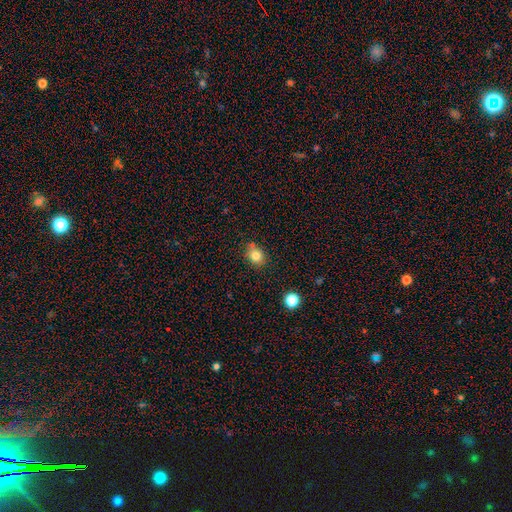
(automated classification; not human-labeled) Smooth or featured?
  - smooth: 81% *
  - star or artifact: 11%
  - featured or disk: 8%
How rounded?
  - round: 61% *
  - in between: 38%
  - cigar-shaped: 1%
Merging?
  - none: 72% *
  - minor disturbance: 15%
  - merger: 10%
  - major disturbance: 3%